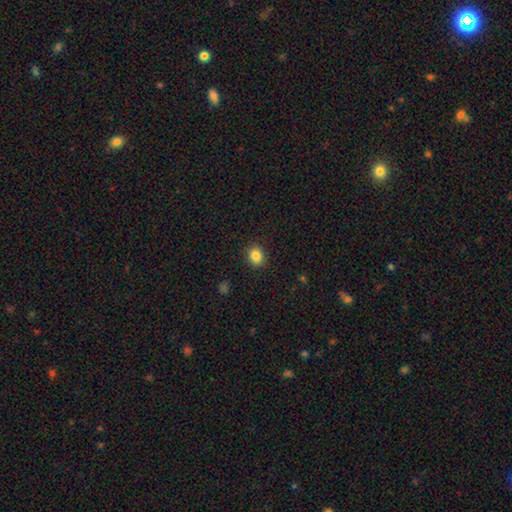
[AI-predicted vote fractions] Overall: smooth (86%). How rounded: round (54%; in between 45%). Merging: none (90%).